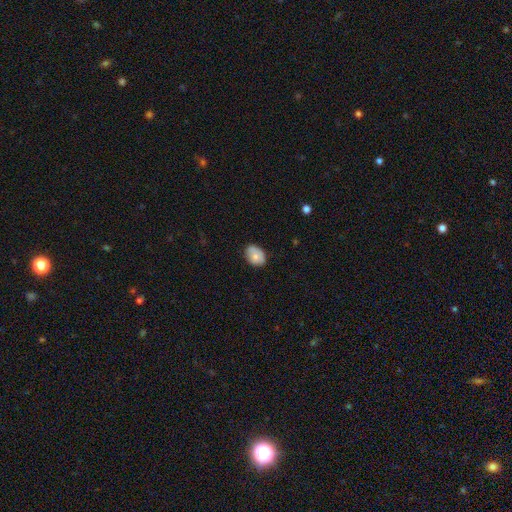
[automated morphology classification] smooth-or-featured: smooth: 75% | featured or disk: 17% | star or artifact: 8%
  how-rounded: in between: 74% | round: 25% | cigar-shaped: 1%
  merging: none: 75% | minor disturbance: 21% | major disturbance: 3% | merger: 1%